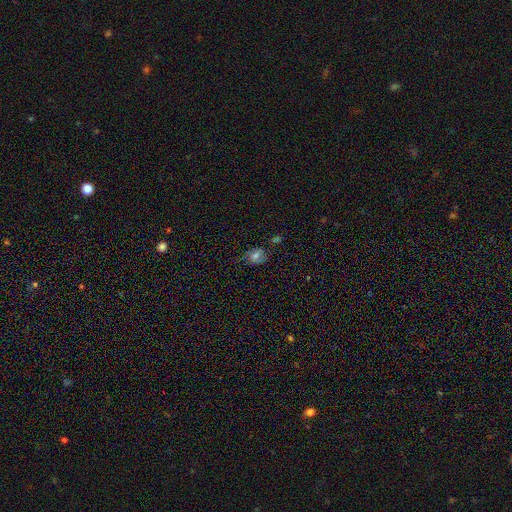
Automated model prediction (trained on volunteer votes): A smooth galaxy with no disk features (57%) that is in between round and cigar-shaped (56%). Merging: none (64%).